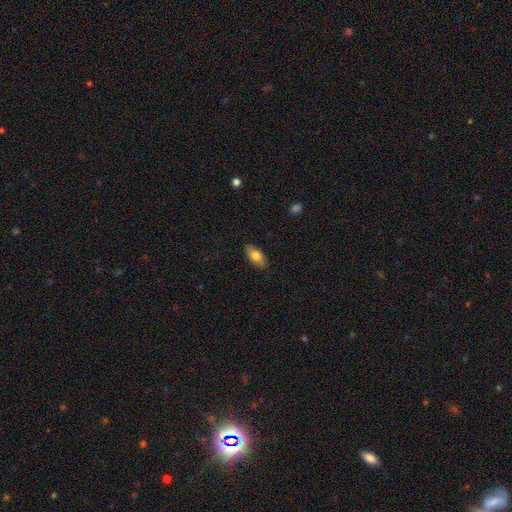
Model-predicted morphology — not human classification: Smooth or featured? Predicted: smooth (p=0.76). How rounded? Predicted: in between (p=0.87). Merging? Predicted: none (p=0.87).